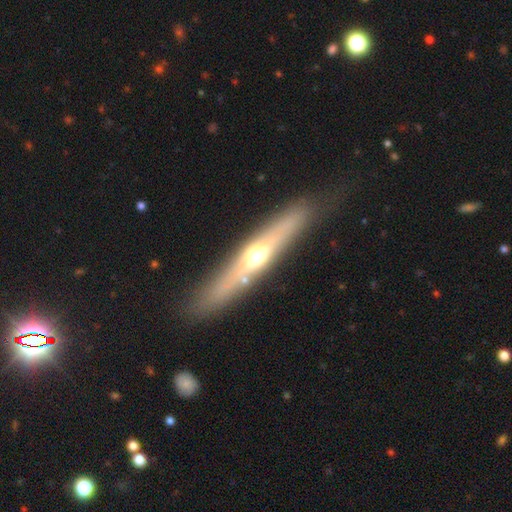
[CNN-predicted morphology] type=featured or disk (62%); edge-on=yes (90%); edge-on bulge=rounded (91%); merging=none (86%).